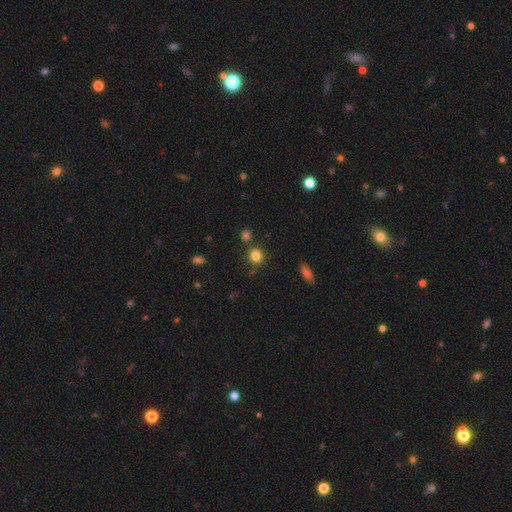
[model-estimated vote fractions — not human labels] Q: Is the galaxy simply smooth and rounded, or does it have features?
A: smooth — 83%.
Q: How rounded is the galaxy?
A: round — 79%.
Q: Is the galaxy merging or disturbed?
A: none — 78%.